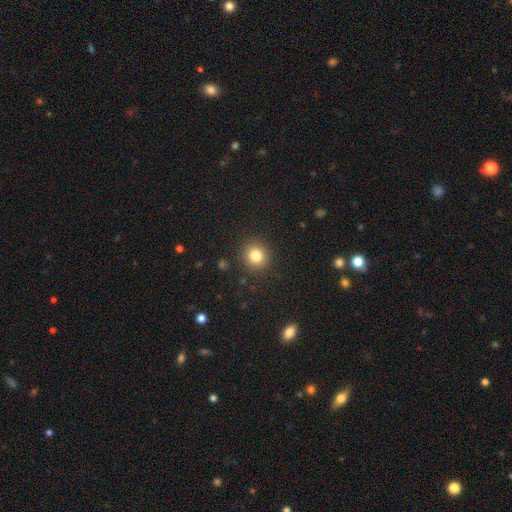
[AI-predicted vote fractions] Overall: smooth (81%). How rounded: round (88%). Merging: none (89%).